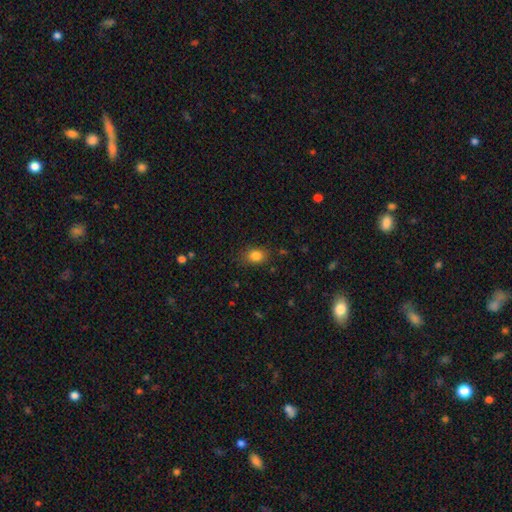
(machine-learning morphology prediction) smooth_or_featured: smooth (p=0.84) [alt: star or artifact p=0.11]
how_rounded: in between (p=0.62) [alt: round p=0.37]
merging: none (p=0.80) [alt: minor disturbance p=0.15]